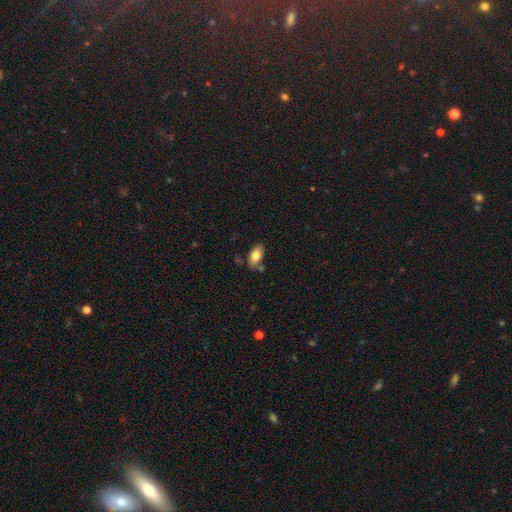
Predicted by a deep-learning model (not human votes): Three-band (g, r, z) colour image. It shows a smooth galaxy with no disk features (80%) that is in between round and cigar-shaped (92%). Merging: none (74%).